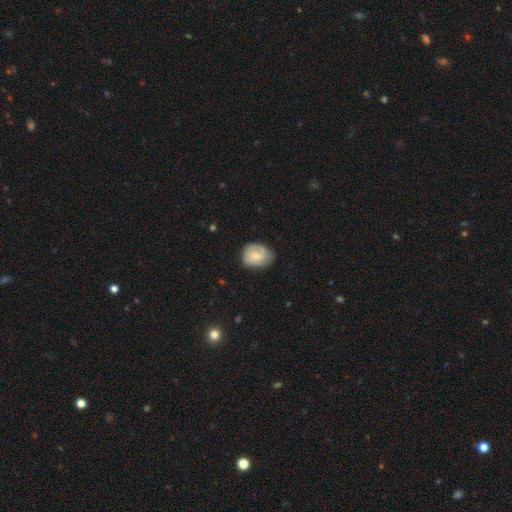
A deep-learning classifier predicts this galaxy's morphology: type=smooth (52%); roundness=round (54%); merging=none (67%).